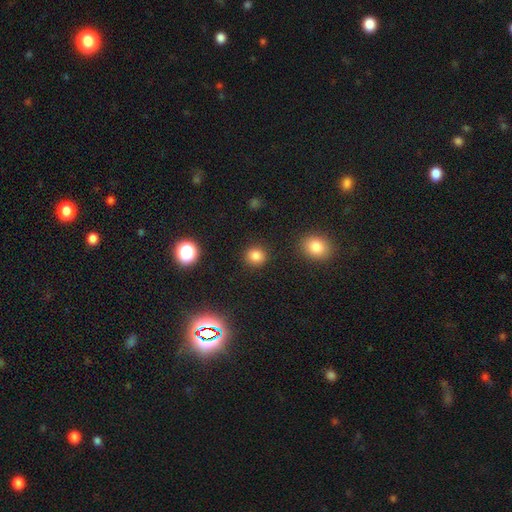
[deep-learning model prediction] Overall: smooth (83%). How rounded: round (85%). Merging: none (89%).